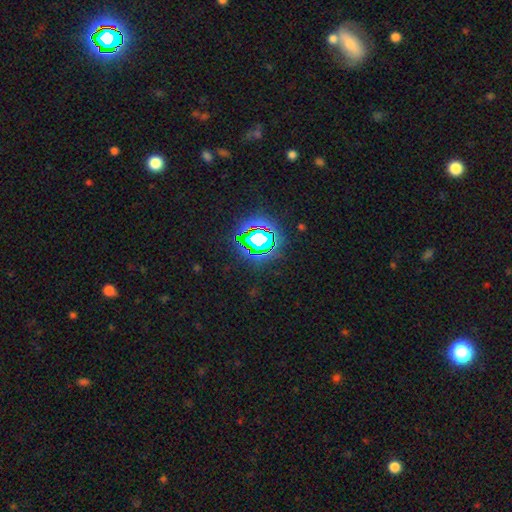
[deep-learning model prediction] star or artifact 80%, smooth 13%, featured or disk 8%.